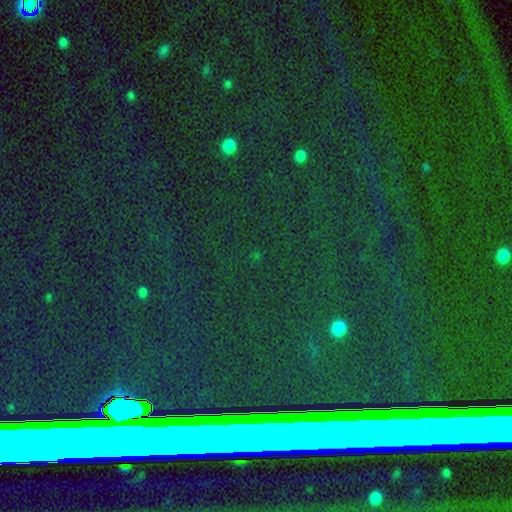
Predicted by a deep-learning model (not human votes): This is likely a star or artifact rather than a galaxy (76%).